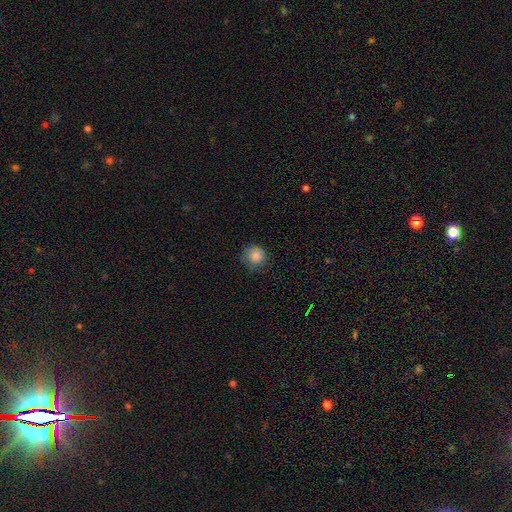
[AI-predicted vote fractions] A smooth galaxy with no disk features (84%) that is round (91%). Merging: none (75%).